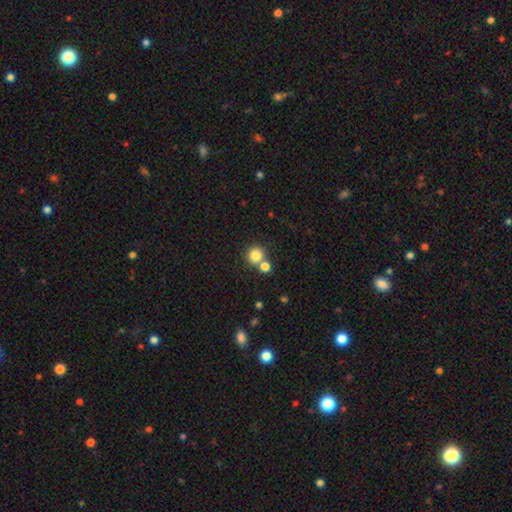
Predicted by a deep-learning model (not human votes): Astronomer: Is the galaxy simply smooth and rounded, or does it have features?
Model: smooth — 81%.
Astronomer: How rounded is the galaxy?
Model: round — 91%.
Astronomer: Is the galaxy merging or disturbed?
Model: none — 61%.